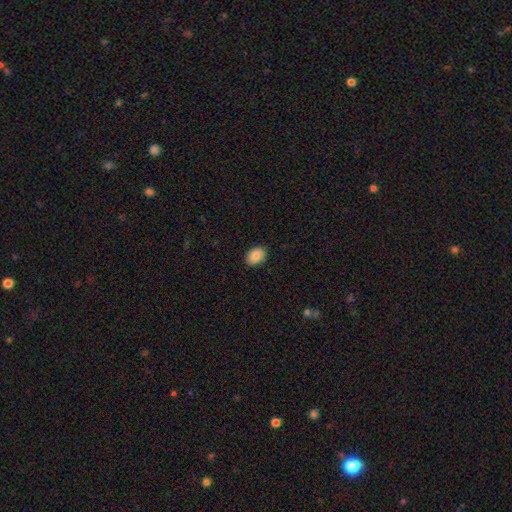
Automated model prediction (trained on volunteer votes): This is clearly a smooth galaxy (86%). How rounded: likely in between (66%). Merging: clearly none (88%).